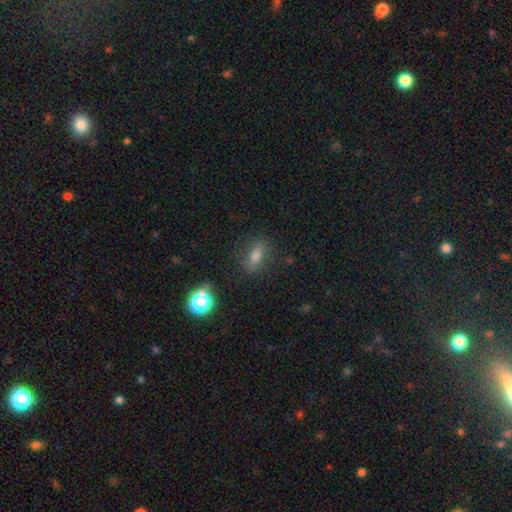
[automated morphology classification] A smooth galaxy with no disk features (67%) that is in between round and cigar-shaped (64%).

Vote fractions:
- Smooth or featured? smooth: 67% / star or artifact: 18% / featured or disk: 15%
- How rounded? in between: 64% / cigar-shaped: 22% / round: 14%
- Merging? none: 83% / minor disturbance: 12% / major disturbance: 4% / merger: 2%